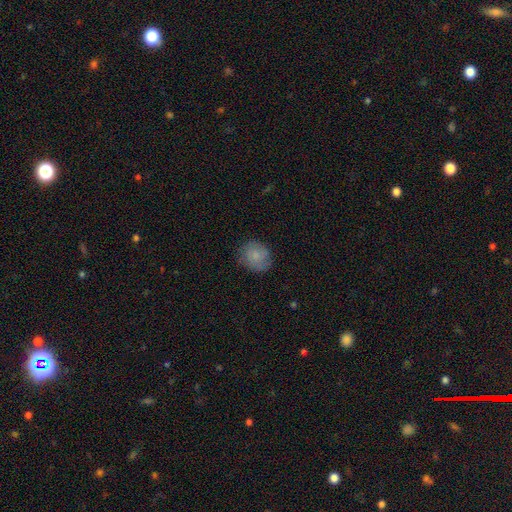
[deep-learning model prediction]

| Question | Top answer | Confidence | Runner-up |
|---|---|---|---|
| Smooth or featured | smooth | 77% | featured or disk (15%) |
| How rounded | round | 76% | in between (23%) |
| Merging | none | 77% | minor disturbance (18%) |